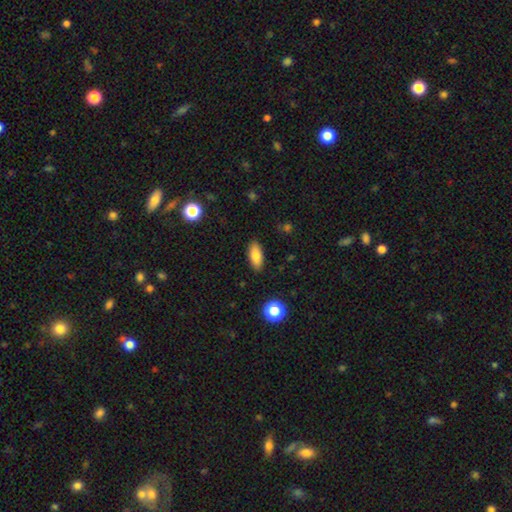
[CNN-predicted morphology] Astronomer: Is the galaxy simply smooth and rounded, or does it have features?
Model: smooth — 83%.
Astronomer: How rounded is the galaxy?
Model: in between — 83%.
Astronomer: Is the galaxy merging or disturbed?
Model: none — 88%.